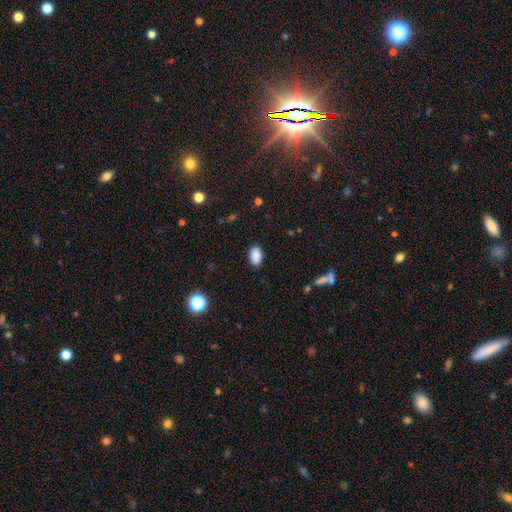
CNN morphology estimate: type=smooth (88%); roundness=in between (90%); merging=none (85%).